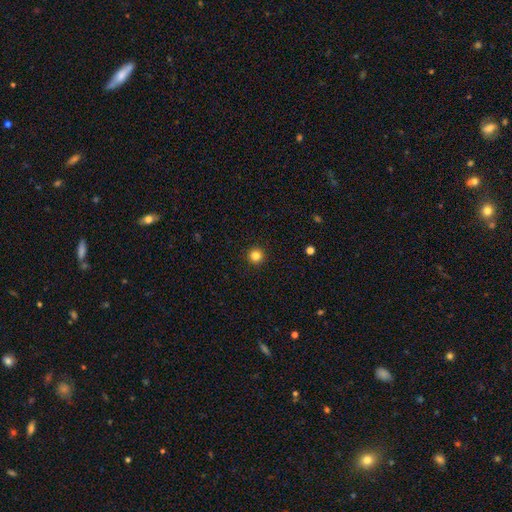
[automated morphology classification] smooth 83%, star or artifact 13%, featured or disk 4%. Down the decision tree: how rounded — round (97%); merging — none (94%).